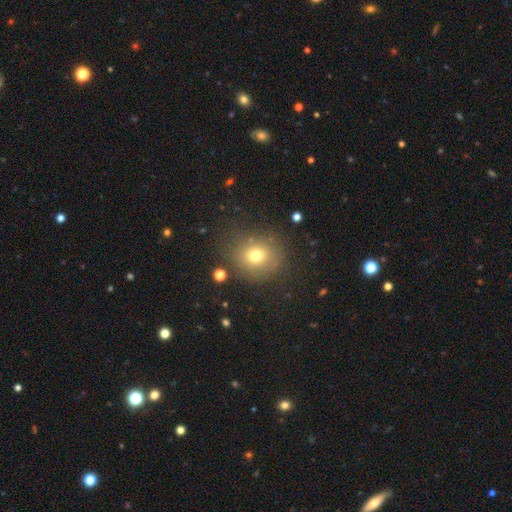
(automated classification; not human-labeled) Smooth or featured? Predicted: smooth (p=0.71). How rounded? Predicted: round (p=0.78). Merging? Predicted: none (p=0.79).